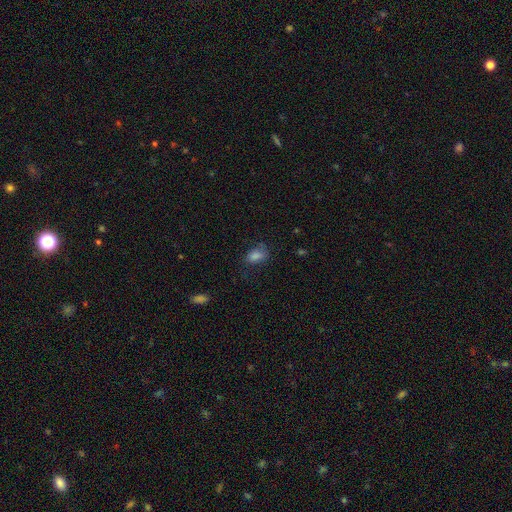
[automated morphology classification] Smooth or featured?
  - smooth: 79% *
  - star or artifact: 10%
  - featured or disk: 10%
How rounded?
  - in between: 87% *
  - round: 10%
  - cigar-shaped: 3%
Merging?
  - none: 57% *
  - minor disturbance: 26%
  - major disturbance: 15%
  - merger: 2%